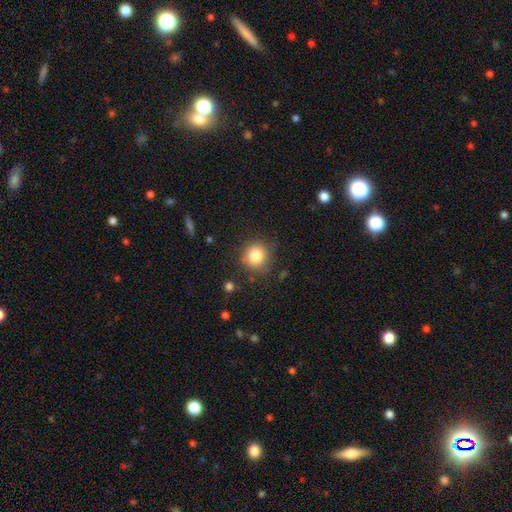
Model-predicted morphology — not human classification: smooth 82%, star or artifact 11%, featured or disk 7%. Down the decision tree: how rounded — round (90%); merging — none (81%).